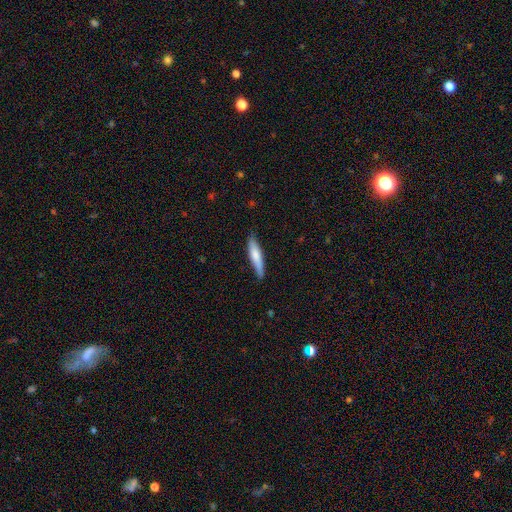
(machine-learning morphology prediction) type=smooth (71%); roundness=cigar-shaped (83%); merging=none (79%).